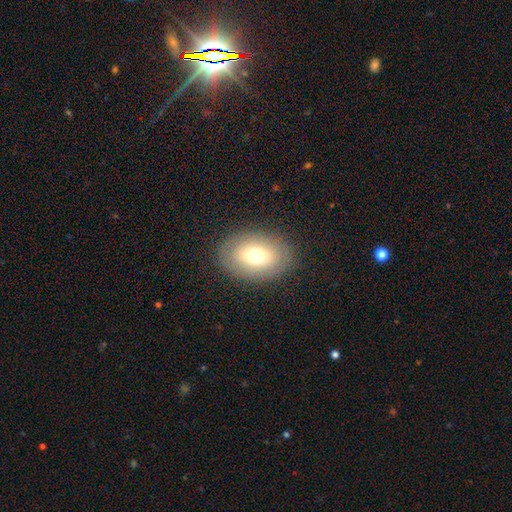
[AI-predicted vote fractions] smooth-or-featured: smooth: 70% | featured or disk: 20% | star or artifact: 10%
  how-rounded: in between: 79% | round: 19% | cigar-shaped: 1%
  merging: none: 86% | minor disturbance: 9% | major disturbance: 4% | merger: 1%